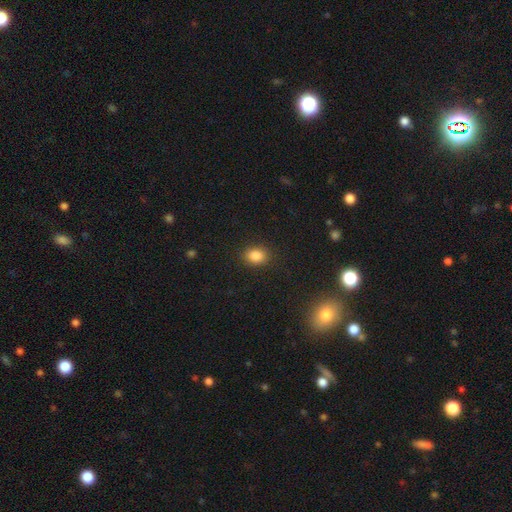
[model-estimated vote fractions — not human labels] Q: Smooth or featured?
A: smooth (85%); runner-up: star or artifact (10%)
Q: How rounded?
A: in between (59%); runner-up: round (40%)
Q: Merging?
A: none (87%); runner-up: minor disturbance (9%)